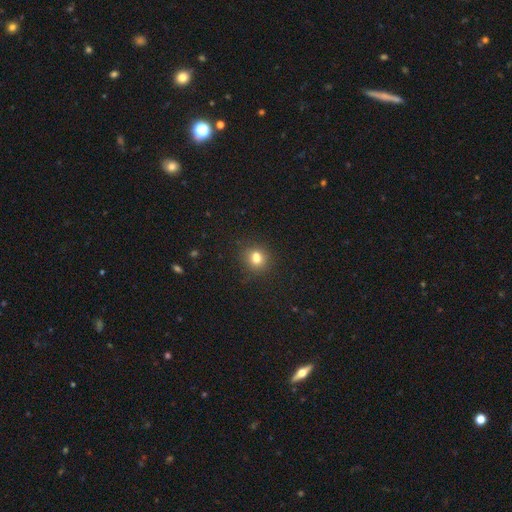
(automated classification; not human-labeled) A smooth galaxy with no disk features (78%) that is round (76%). Merging: none (78%).